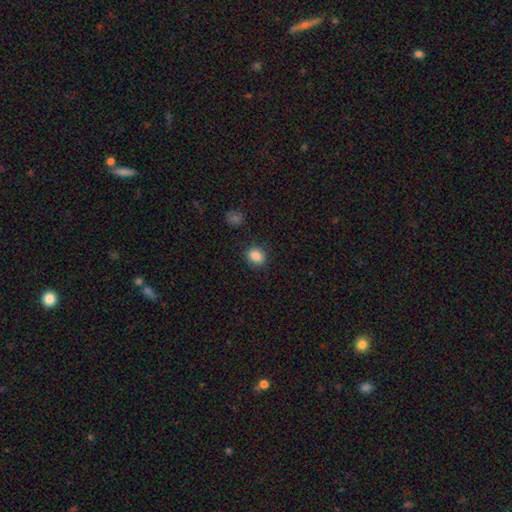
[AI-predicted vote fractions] Smooth or featured? smooth (87%)
How rounded? in between (50%)
Merging? none (86%)